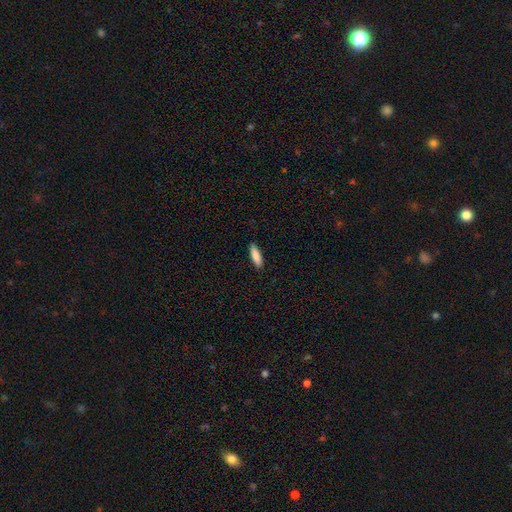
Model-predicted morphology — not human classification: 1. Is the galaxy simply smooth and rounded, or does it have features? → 86% smooth, 8% featured or disk, 6% star or artifact.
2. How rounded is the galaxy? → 54% cigar-shaped, 44% in between, 2% round.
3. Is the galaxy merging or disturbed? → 85% none, 12% minor disturbance, 2% major disturbance, 1% merger.